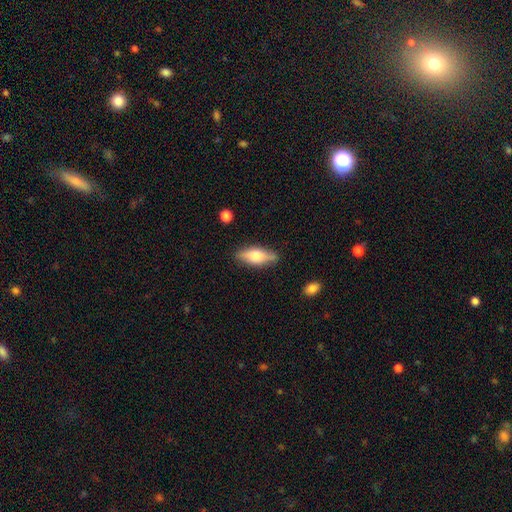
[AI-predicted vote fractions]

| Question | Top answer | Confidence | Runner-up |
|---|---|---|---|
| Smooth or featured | smooth | 62% | featured or disk (31%) |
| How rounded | in between | 70% | cigar-shaped (27%) |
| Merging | none | 81% | minor disturbance (14%) |